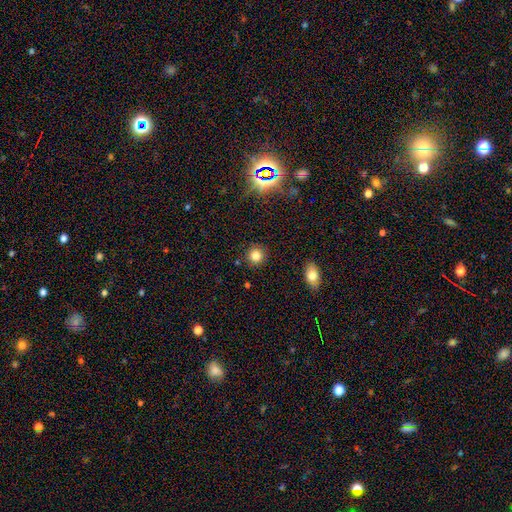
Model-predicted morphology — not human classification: This appears to be a smooth galaxy with no disk features (82%) that is round (90%). Merging: none (89%).